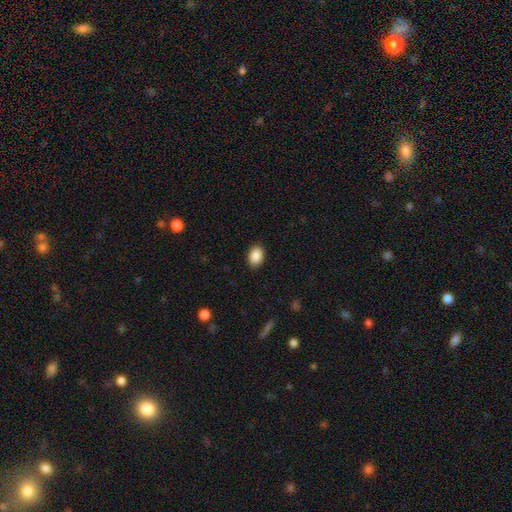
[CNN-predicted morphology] A smooth galaxy with no disk features (89%) that is in between round and cigar-shaped (84%). Merging: none (89%).